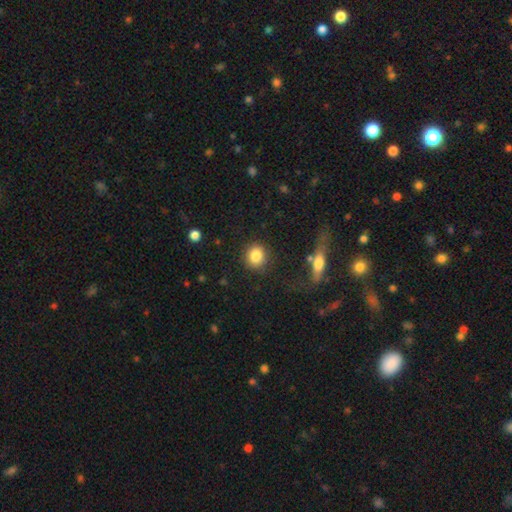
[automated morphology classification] Smooth or featured? Predicted: smooth (p=0.85). How rounded? Predicted: round (p=0.80). Merging? Predicted: none (p=0.87).